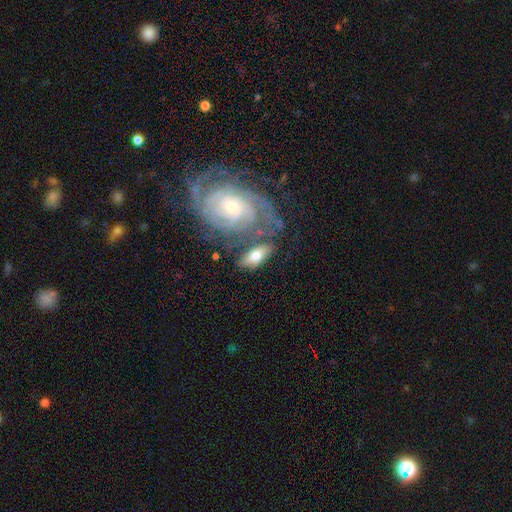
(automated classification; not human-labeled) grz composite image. It shows a smooth galaxy with no disk features (48%). Merging: none (58%).